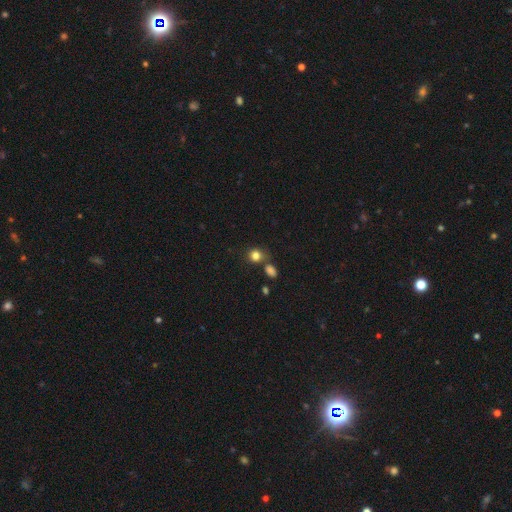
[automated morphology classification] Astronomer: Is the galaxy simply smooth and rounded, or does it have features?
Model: smooth — 82%.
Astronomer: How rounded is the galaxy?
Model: round — 78%.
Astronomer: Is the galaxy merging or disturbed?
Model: none — 65%.